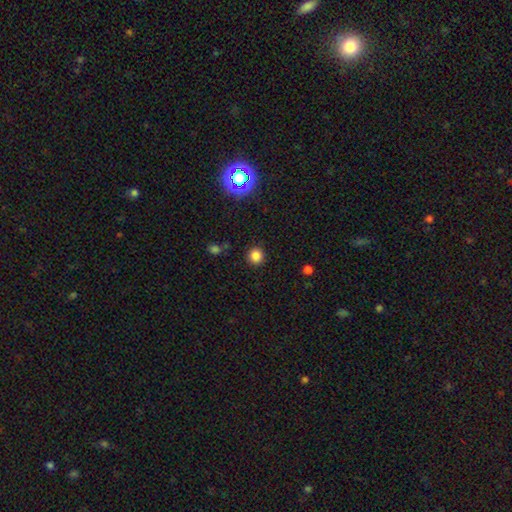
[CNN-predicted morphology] Smooth or featured? Predicted: smooth (p=0.80). How rounded? Predicted: round (p=0.93). Merging? Predicted: none (p=0.90).